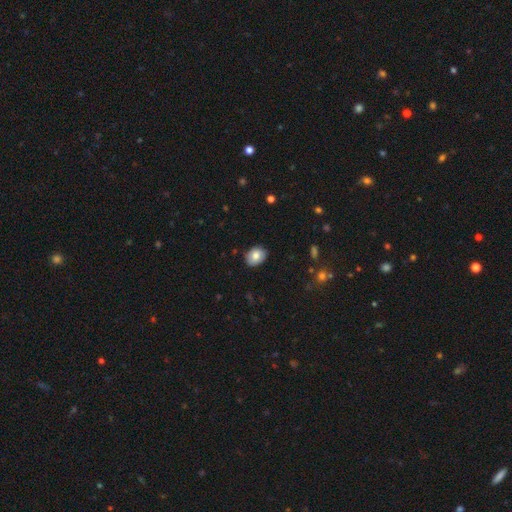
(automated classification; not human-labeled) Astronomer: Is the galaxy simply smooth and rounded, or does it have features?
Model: smooth — 79%.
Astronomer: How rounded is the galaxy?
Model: in between — 65%.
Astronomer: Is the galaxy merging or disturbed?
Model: none — 86%.